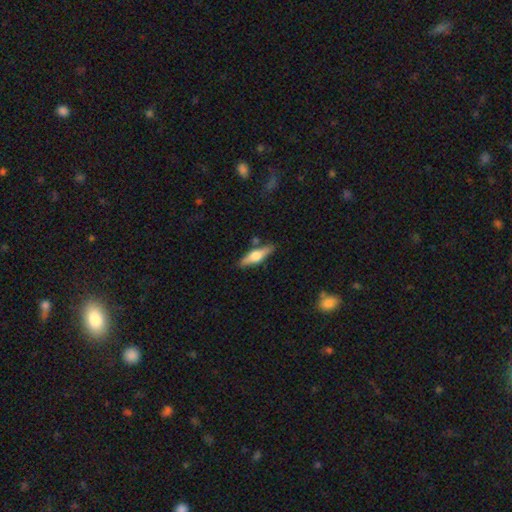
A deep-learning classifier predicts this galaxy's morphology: A featured or disk galaxy (56%) viewed edge-on (94%) with a rounded central bulge (92%). Merging: none (83%).